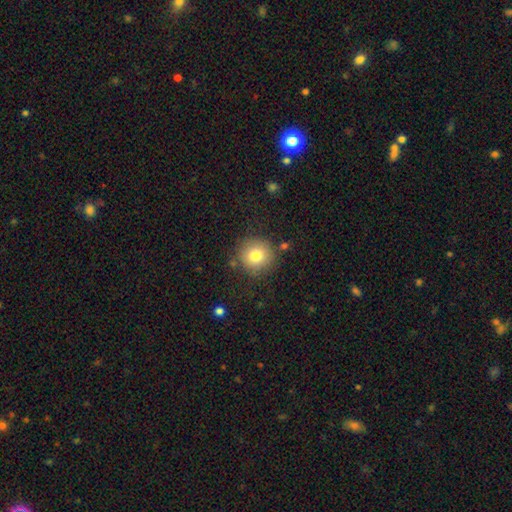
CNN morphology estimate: type=smooth (79%); roundness=round (94%); merging=none (84%).